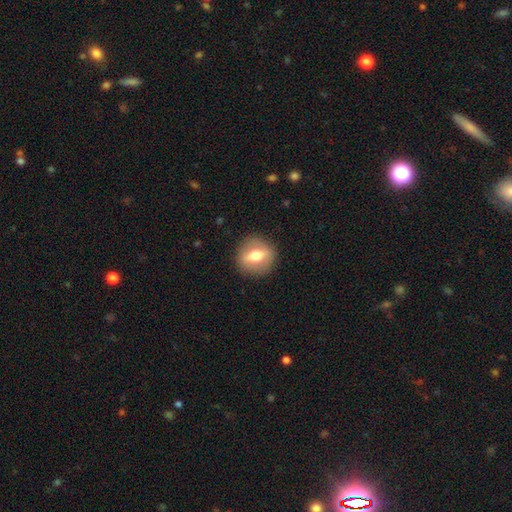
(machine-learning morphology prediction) Smooth or featured? Predicted: smooth (p=0.49). Merging? Predicted: none (p=0.88).